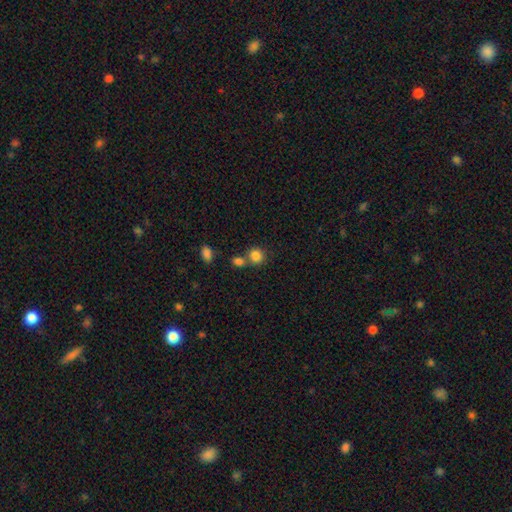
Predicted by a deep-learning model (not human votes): Q: Smooth or featured?
A: smooth (84%); runner-up: star or artifact (10%)
Q: How rounded?
A: round (83%); runner-up: in between (16%)
Q: Merging?
A: none (58%); runner-up: merger (30%)